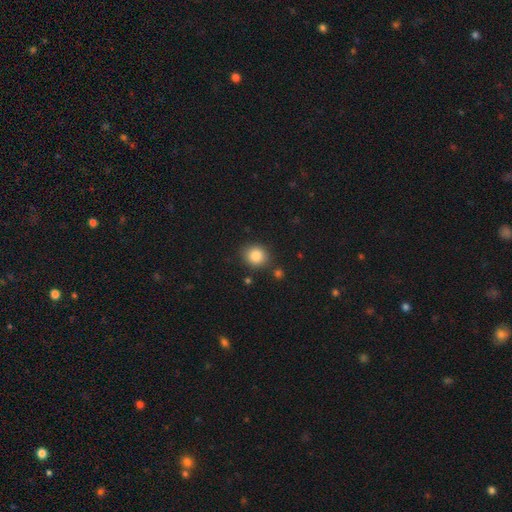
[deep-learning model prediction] The model was most divided on "how rounded": round: 78%, in between: 21%, cigar-shaped: 1%. More confident: smooth or featured — smooth (85%); merging — none (83%).